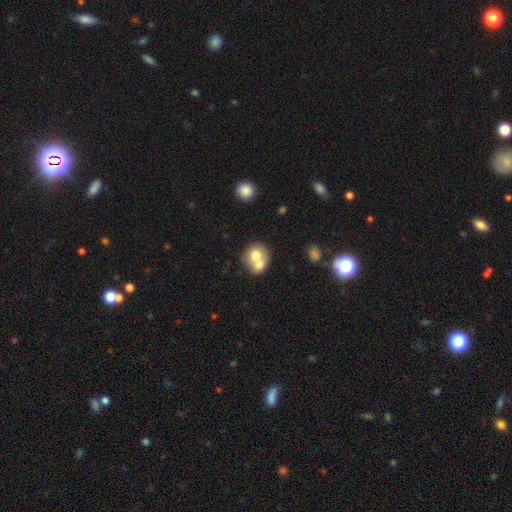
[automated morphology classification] Smooth or featured? smooth (67%)
How rounded? round (72%)
Merging? merger (64%)